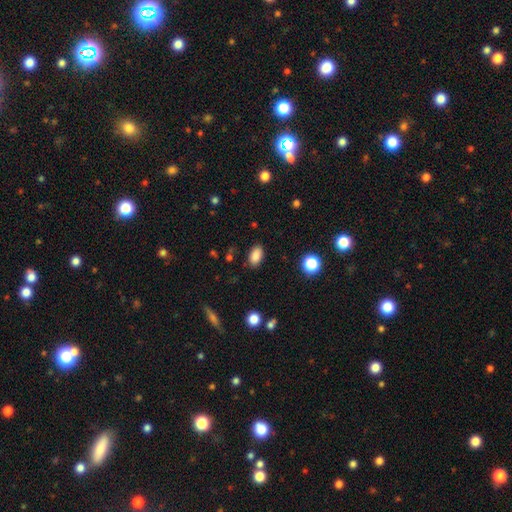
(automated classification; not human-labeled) Smooth or featured? Predicted: smooth (p=0.86). How rounded? Predicted: in between (p=0.91). Merging? Predicted: none (p=0.86).